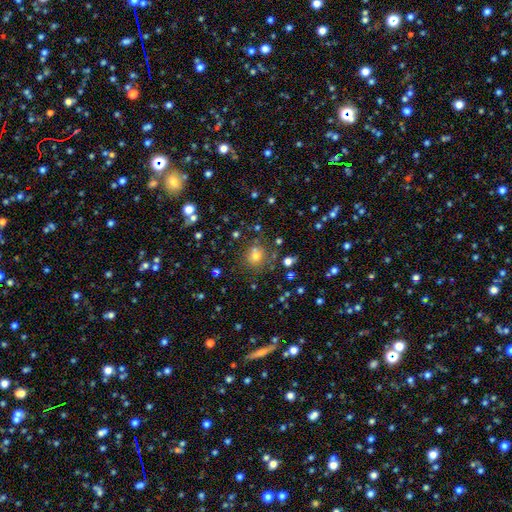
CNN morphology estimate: Smooth or featured? smooth (69%)
How rounded? round (83%)
Merging? none (71%)